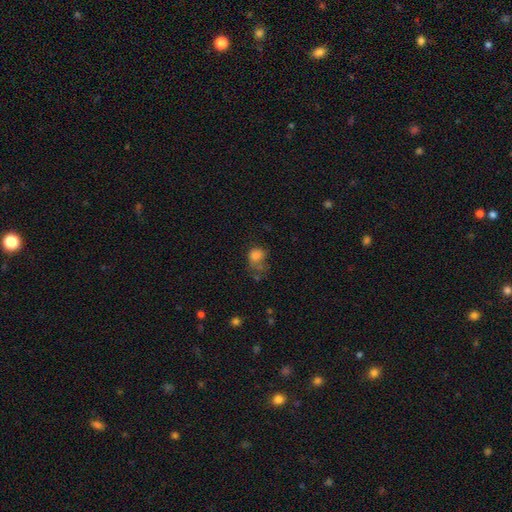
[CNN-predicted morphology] Overall: smooth (77%). How rounded: round (53%; in between 46%). Merging: major disturbance (32%; none 30%).